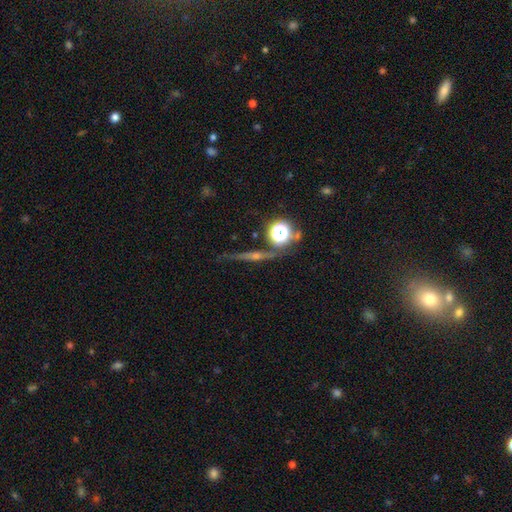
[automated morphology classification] smooth-or-featured: featured or disk: 58% | star or artifact: 23% | smooth: 19%
  disk-edge-on: yes: 92% | no: 8%
    edge-on-bulge: rounded: 81% | none: 12% | boxy: 7%
  merging: none: 81% | minor disturbance: 10% | merger: 4% | major disturbance: 4%